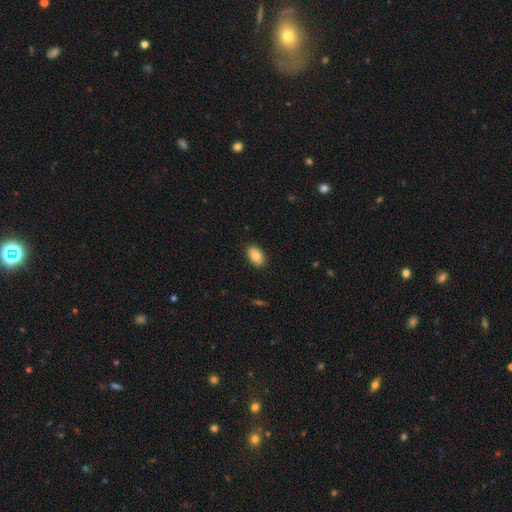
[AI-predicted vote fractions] Q: Smooth or featured?
A: smooth (83%); runner-up: featured or disk (10%)
Q: How rounded?
A: in between (91%); runner-up: round (8%)
Q: Merging?
A: none (88%); runner-up: minor disturbance (9%)